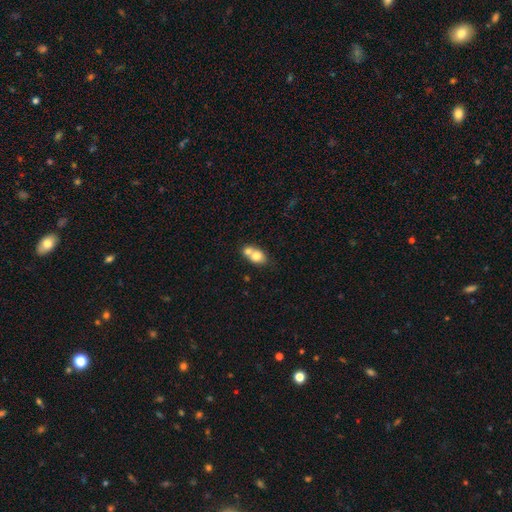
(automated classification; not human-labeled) Smooth or featured?
  - smooth: 72% *
  - featured or disk: 19%
  - star or artifact: 8%
How rounded?
  - in between: 59% *
  - round: 39%
  - cigar-shaped: 2%
Merging?
  - merger: 60% *
  - none: 28%
  - minor disturbance: 8%
  - major disturbance: 3%